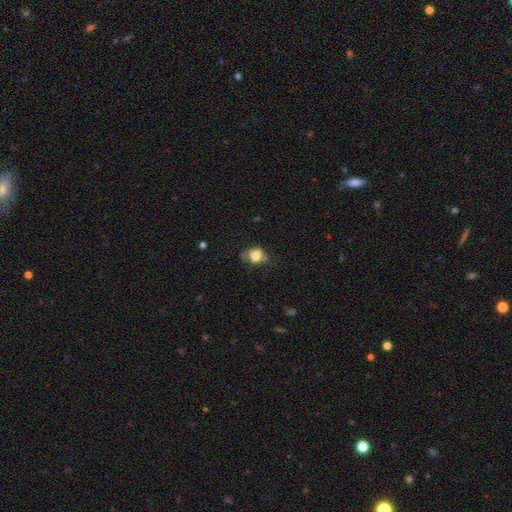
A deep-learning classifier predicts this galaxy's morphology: Smooth or featured: smooth — 74% (featured or disk — 16%)
How rounded: in between — 51% (round — 48%)
Merging: none — 44% (minor disturbance — 34%)